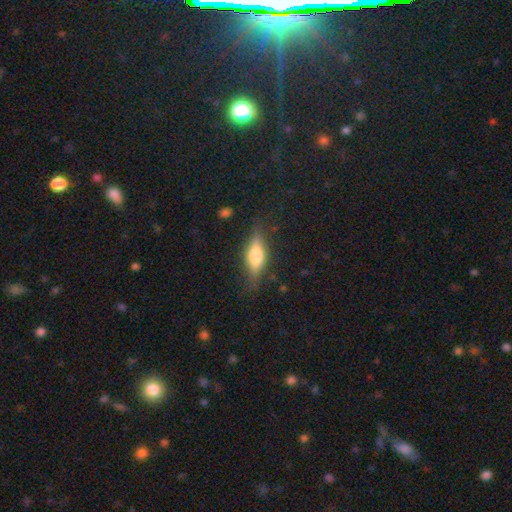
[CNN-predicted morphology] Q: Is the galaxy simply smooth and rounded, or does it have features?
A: smooth — 47%.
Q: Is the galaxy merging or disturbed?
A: none — 79%.